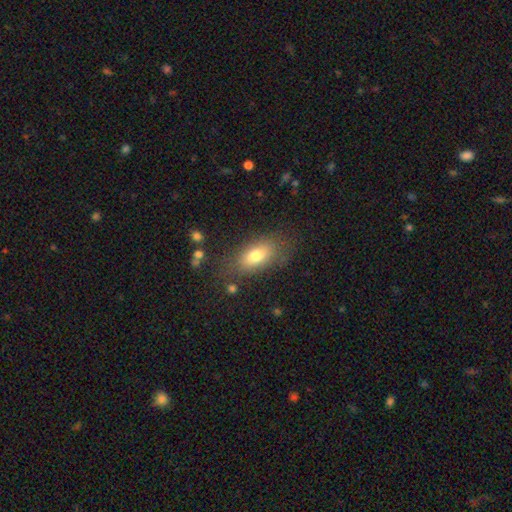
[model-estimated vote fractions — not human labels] Morphology: type=smooth (76%); roundness=in between (85%); merging=none (74%).